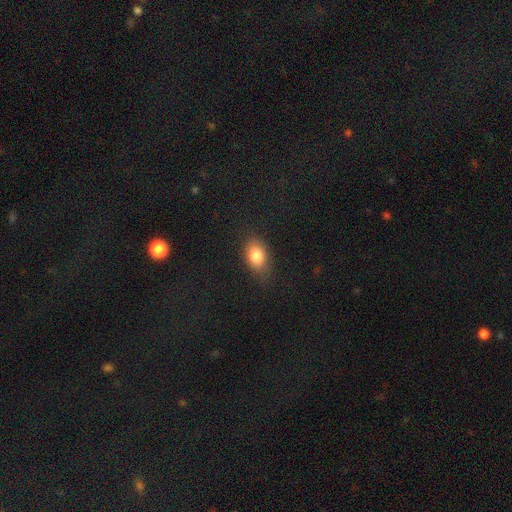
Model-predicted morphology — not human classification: smooth-or-featured: smooth: 83% | star or artifact: 9% | featured or disk: 8%
  how-rounded: in between: 83% | round: 14% | cigar-shaped: 2%
  merging: none: 76% | minor disturbance: 18% | major disturbance: 5% | merger: 1%